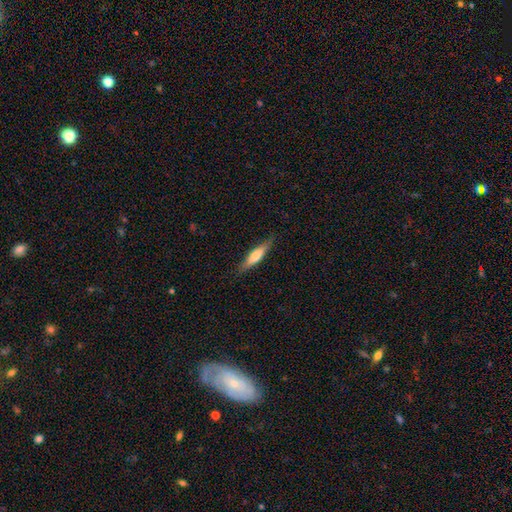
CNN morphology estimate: The model was most divided on "smooth or featured": smooth: 57%, featured or disk: 37%, star or artifact: 6%. More confident: merging — none (85%); how rounded — cigar-shaped (79%).